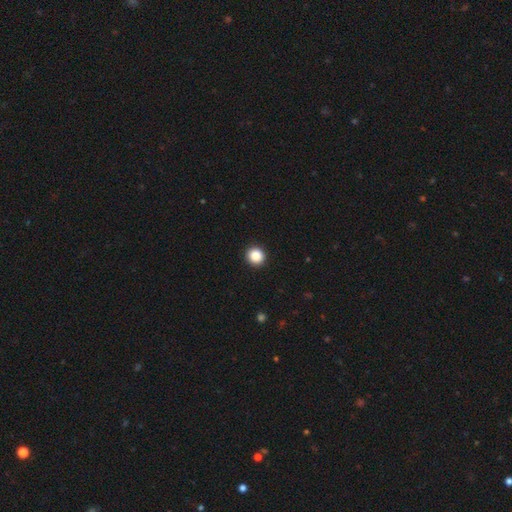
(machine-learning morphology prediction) smooth 87%, star or artifact 10%, featured or disk 3%. Down the decision tree: how rounded — round (93%); merging — none (93%).